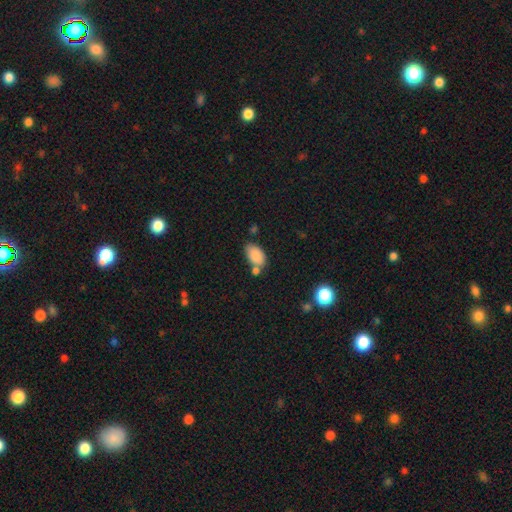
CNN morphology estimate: This appears to be a smooth galaxy with no disk features (86%) that is in between round and cigar-shaped (93%). Merging: none (58%).